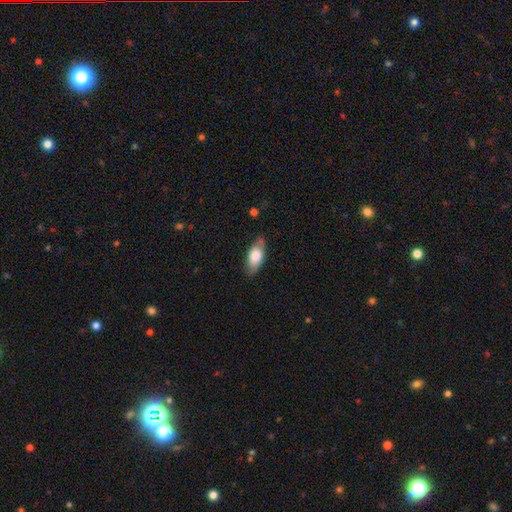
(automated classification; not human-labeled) Morphology: type=smooth (73%); roundness=in between (85%); merging=none (78%).